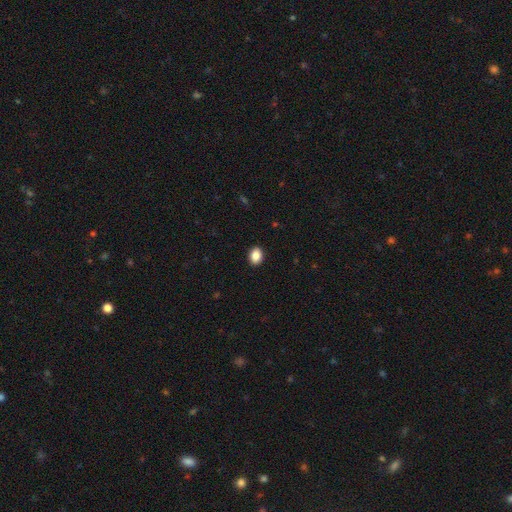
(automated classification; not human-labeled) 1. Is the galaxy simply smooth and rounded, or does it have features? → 88% smooth, 8% star or artifact, 4% featured or disk.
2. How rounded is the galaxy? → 70% in between, 29% round, 1% cigar-shaped.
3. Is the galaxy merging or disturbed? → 91% none, 6% minor disturbance, 2% major disturbance, 1% merger.